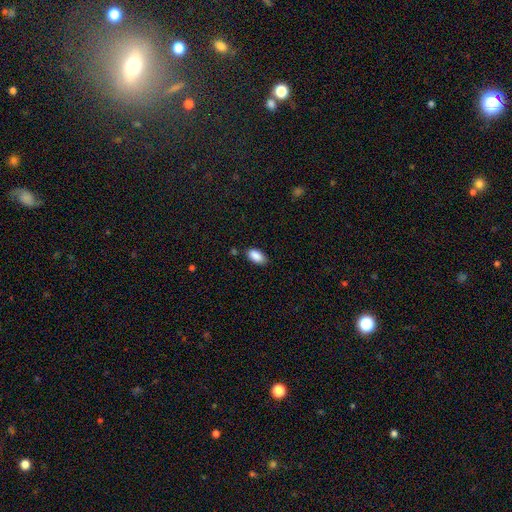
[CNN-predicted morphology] Smooth or featured?
  - smooth: 89% *
  - star or artifact: 7%
  - featured or disk: 4%
How rounded?
  - in between: 93% *
  - cigar-shaped: 3%
  - round: 3%
Merging?
  - none: 82% *
  - minor disturbance: 13%
  - major disturbance: 3%
  - merger: 2%